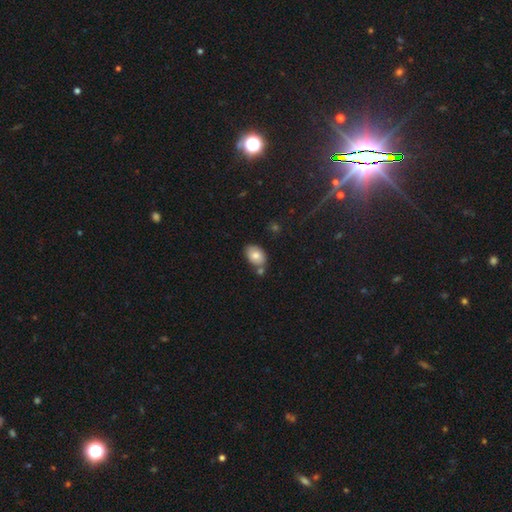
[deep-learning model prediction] Smooth or featured? Predicted: smooth (p=0.80). How rounded? Predicted: in between (p=0.86). Merging? Predicted: none (p=0.65).